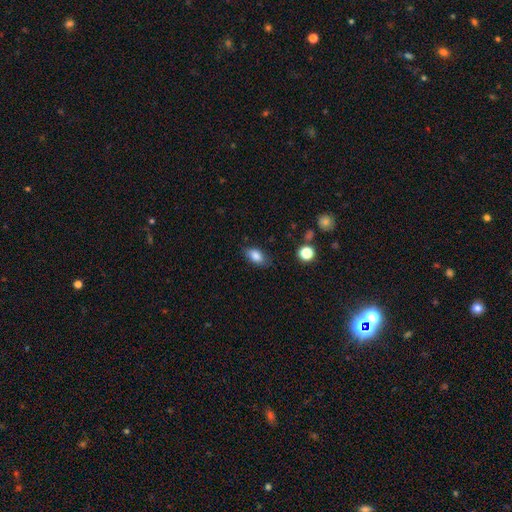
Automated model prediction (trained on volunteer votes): Morphology: type=smooth (84%); roundness=in between (88%); merging=none (79%).